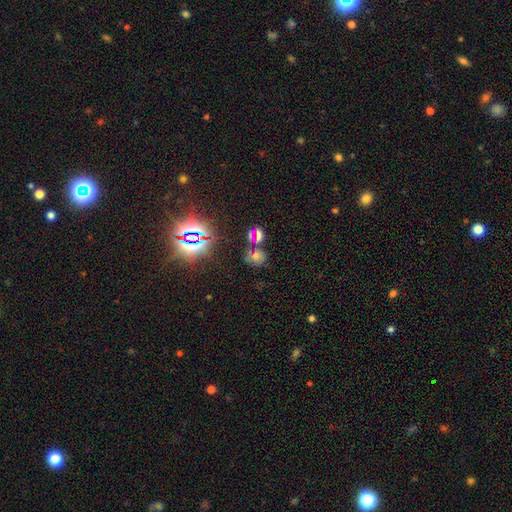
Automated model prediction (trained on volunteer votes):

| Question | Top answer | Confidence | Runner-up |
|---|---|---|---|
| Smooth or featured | star or artifact | 51% | smooth (33%) |